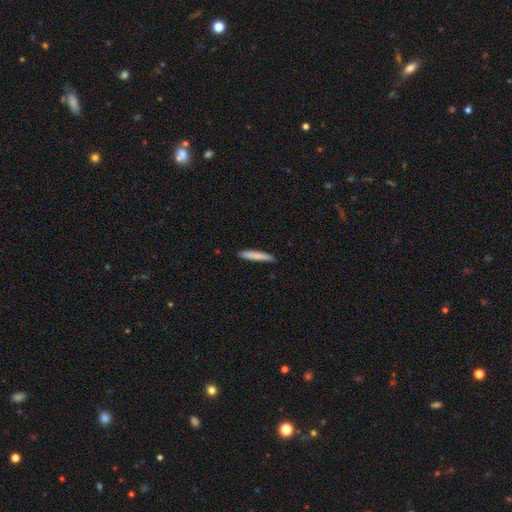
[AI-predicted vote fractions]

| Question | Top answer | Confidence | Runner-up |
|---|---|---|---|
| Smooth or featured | smooth | 82% | featured or disk (13%) |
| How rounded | cigar-shaped | 94% | in between (5%) |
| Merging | none | 89% | minor disturbance (8%) |